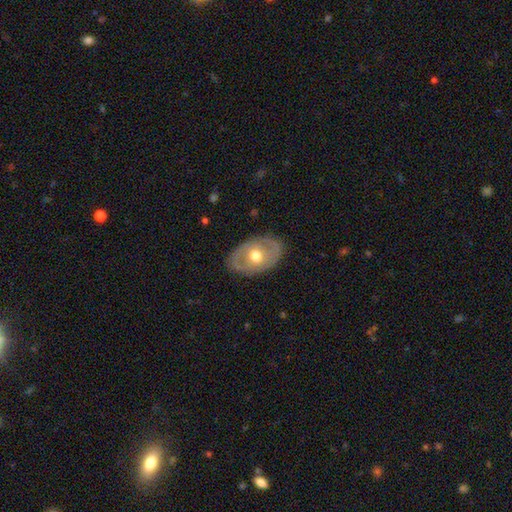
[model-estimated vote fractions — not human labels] smooth_or_featured: featured or disk (p=0.55) [alt: smooth p=0.40]
disk_edge_on: no (p=0.90) [alt: yes p=0.10]
merging: none (p=0.82) [alt: minor disturbance p=0.13]